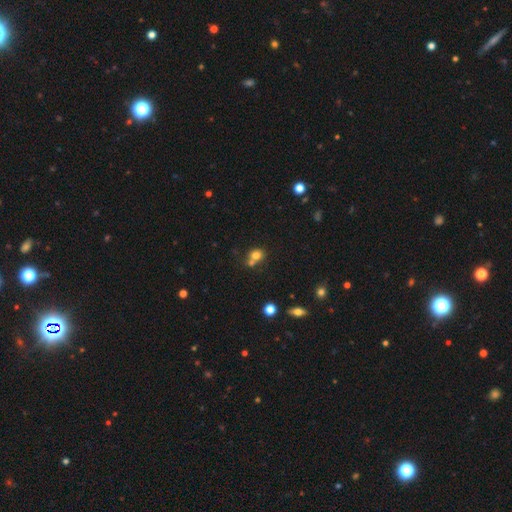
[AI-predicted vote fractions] smooth 76%, star or artifact 13%, featured or disk 11%. Down the decision tree: how rounded — round (70%); merging — none (44%).